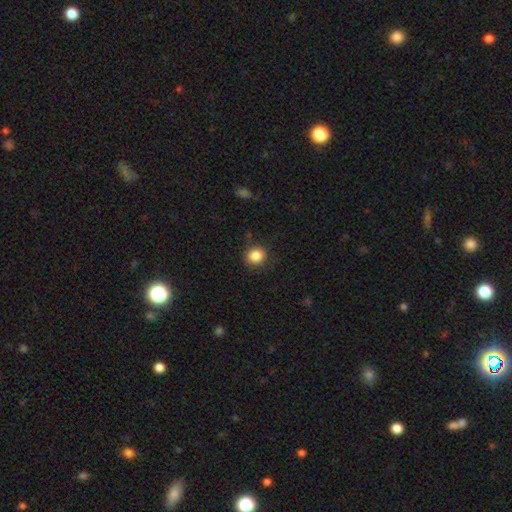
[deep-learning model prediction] Smooth or featured?
  - smooth: 86% *
  - star or artifact: 10%
  - featured or disk: 4%
How rounded?
  - round: 82% *
  - in between: 17%
  - cigar-shaped: 1%
Merging?
  - none: 86% *
  - minor disturbance: 10%
  - major disturbance: 3%
  - merger: 1%